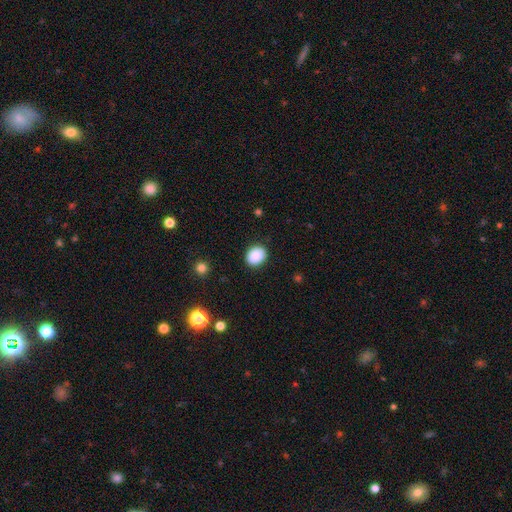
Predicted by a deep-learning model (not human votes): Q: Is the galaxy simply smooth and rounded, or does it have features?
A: smooth — 88%.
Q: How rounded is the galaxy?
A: round — 54%.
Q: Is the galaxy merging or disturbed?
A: none — 88%.